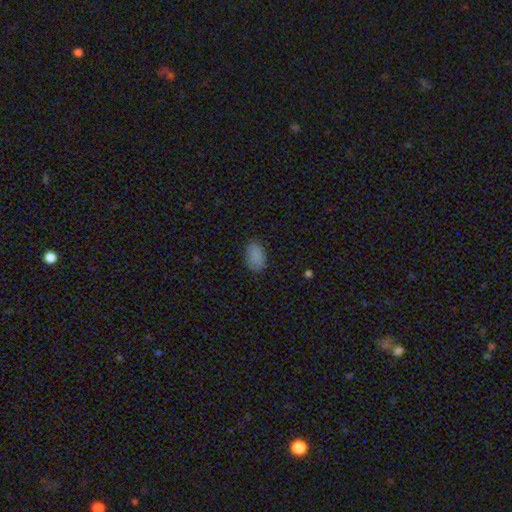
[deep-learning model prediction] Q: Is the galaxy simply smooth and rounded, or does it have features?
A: smooth — 86%.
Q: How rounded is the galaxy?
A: in between — 91%.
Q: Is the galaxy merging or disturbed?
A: none — 82%.